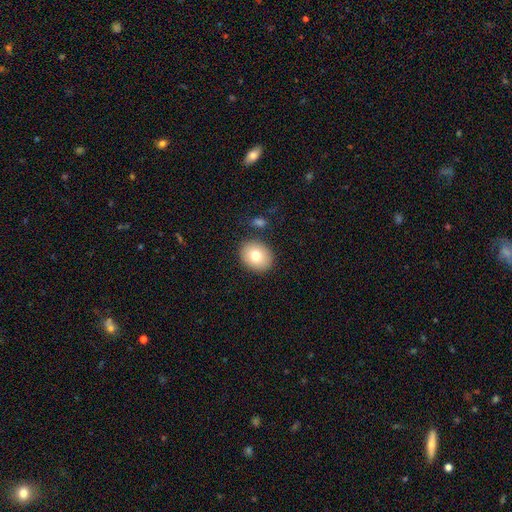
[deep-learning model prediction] A smooth galaxy with no disk features (76%) that is round (55%). Merging: none (84%).